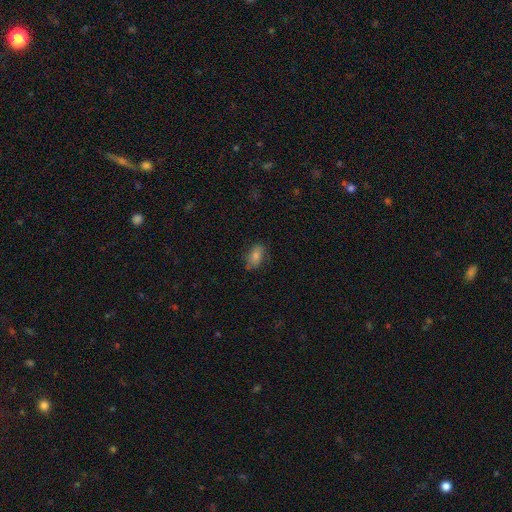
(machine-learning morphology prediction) The model was most divided on "smooth or featured": smooth: 71%, featured or disk: 18%, star or artifact: 11%. More confident: how rounded — in between (85%); merging — none (75%).